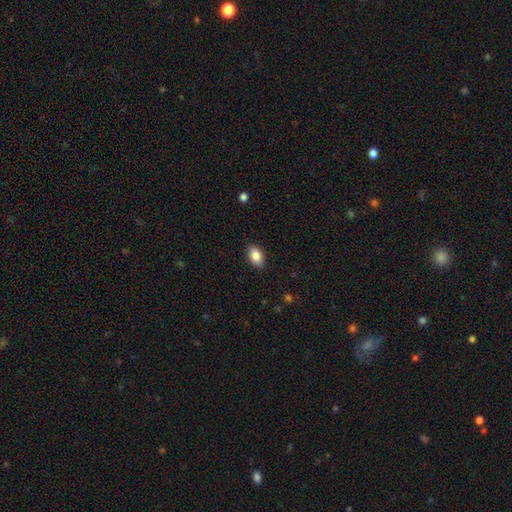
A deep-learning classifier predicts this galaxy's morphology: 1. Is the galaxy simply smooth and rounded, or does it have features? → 87% smooth, 7% star or artifact, 6% featured or disk.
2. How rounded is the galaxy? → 93% in between, 5% round, 2% cigar-shaped.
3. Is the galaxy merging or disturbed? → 89% none, 8% minor disturbance, 2% major disturbance, 1% merger.